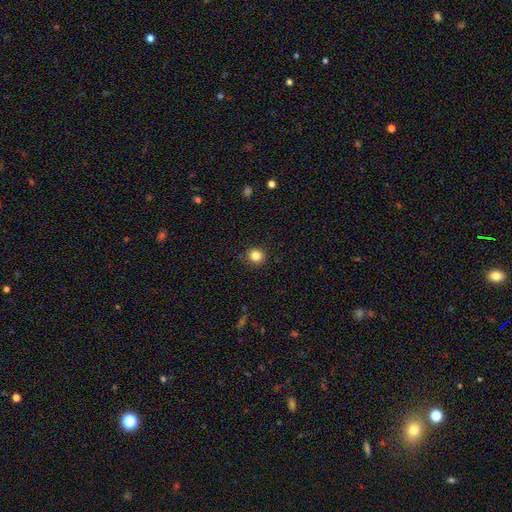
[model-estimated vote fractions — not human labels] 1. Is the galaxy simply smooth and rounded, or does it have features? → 84% smooth, 12% star or artifact, 5% featured or disk.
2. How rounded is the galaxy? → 88% round, 11% in between, 1% cigar-shaped.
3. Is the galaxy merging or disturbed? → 90% none, 7% minor disturbance, 2% major disturbance, 1% merger.